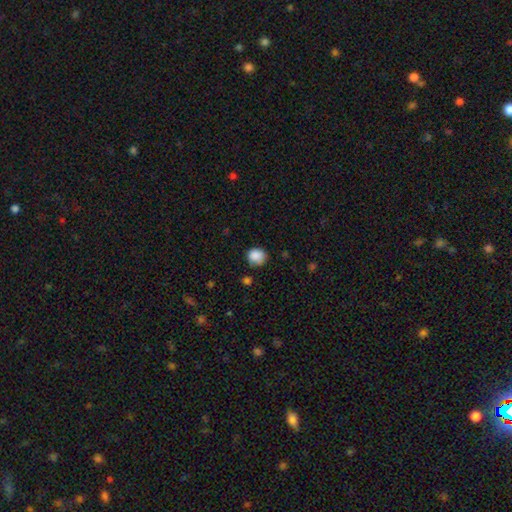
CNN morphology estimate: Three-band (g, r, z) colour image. It shows a smooth galaxy with no disk features (88%) that is round (84%). Merging: none (75%).